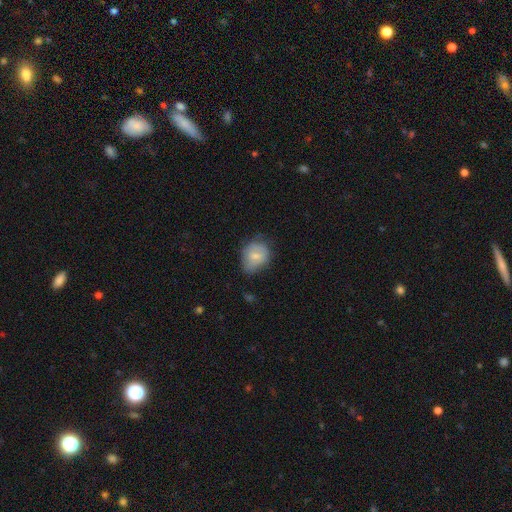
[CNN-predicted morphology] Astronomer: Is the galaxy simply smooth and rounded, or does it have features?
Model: smooth — 70%.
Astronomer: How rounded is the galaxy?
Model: in between — 50% (runner-up: round, 49%).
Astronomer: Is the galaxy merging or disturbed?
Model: none — 55% (runner-up: minor disturbance, 33%).